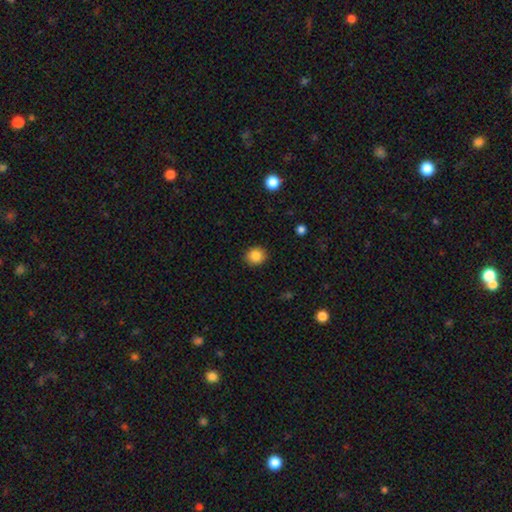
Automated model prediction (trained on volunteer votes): Smooth or featured? Predicted: smooth (p=0.86). How rounded? Predicted: round (p=0.83). Merging? Predicted: none (p=0.90).